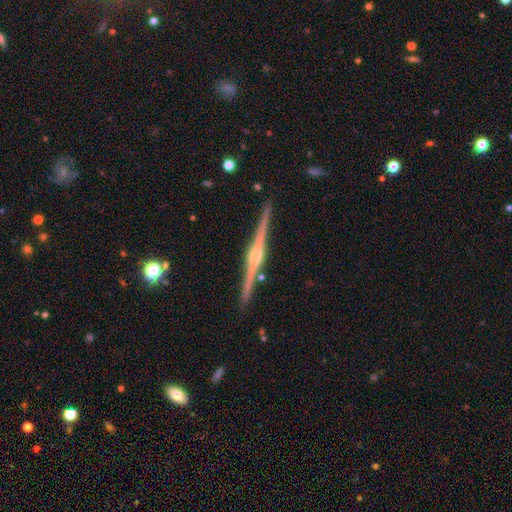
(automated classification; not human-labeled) smooth_or_featured: featured or disk (p=0.89) [alt: smooth p=0.06]
disk_edge_on: yes (p=0.99) [alt: no p=0.01]
edge_on_bulge: rounded (p=0.84) [alt: boxy p=0.11]
merging: none (p=0.92) [alt: minor disturbance p=0.06]